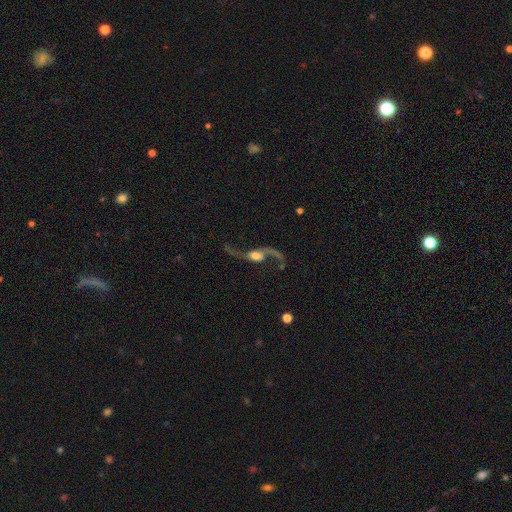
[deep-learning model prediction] Smooth or featured?
  - featured or disk: 87% *
  - smooth: 6%
  - star or artifact: 6%
Edge-on disk?
  - no: 91% *
  - yes: 9%
Bar?
  - no: 50% *
  - weak: 34%
  - strong: 16%
Spiral arms?
  - yes: 96% *
  - no: 4%
Spiral winding?
  - loose: 93% *
  - medium: 6%
  - tight: 2%
Spiral arm count?
  - 2: 93% *
  - 1: 3%
  - can't tell: 1%
  - 3: 1%
  - 4: 1%
  - more than 4: 1%
Bulge size?
  - moderate: 46% *
  - large: 26%
  - small: 17%
  - none: 6%
  - dominant: 5%
Merging?
  - none: 64% *
  - major disturbance: 17%
  - minor disturbance: 14%
  - merger: 5%